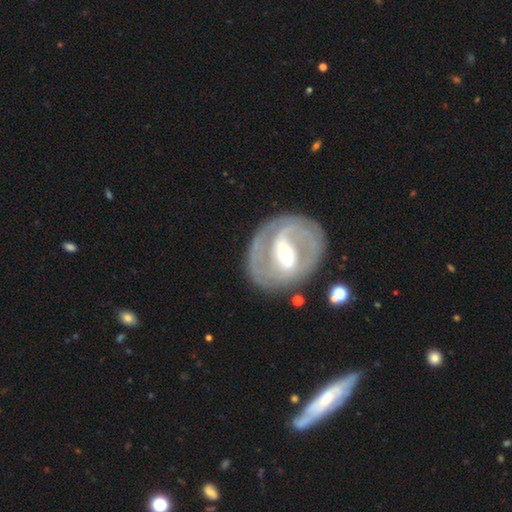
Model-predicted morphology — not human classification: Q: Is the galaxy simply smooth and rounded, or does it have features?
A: featured or disk — 83%.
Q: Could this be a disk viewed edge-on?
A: no — 95%.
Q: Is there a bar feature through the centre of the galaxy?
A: strong — 52%.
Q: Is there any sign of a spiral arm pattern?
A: yes — 80%.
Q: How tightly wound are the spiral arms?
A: tight — 50%.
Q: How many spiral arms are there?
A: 2 — 68%.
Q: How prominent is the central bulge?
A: moderate — 64%.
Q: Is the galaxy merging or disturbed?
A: none — 78%.